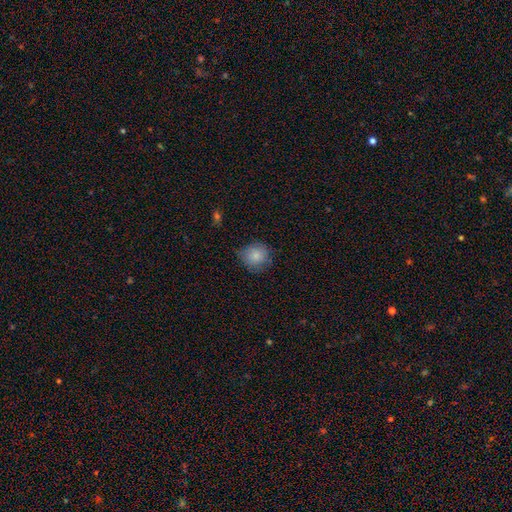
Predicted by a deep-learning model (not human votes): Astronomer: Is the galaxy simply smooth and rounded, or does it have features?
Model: smooth — 84%.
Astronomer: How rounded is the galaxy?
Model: round — 85%.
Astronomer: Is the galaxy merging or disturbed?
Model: none — 71%.